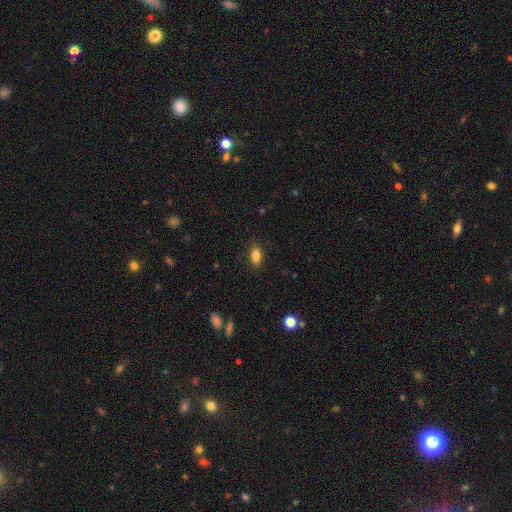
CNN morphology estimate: Smooth or featured? smooth (85%)
How rounded? in between (88%)
Merging? none (85%)